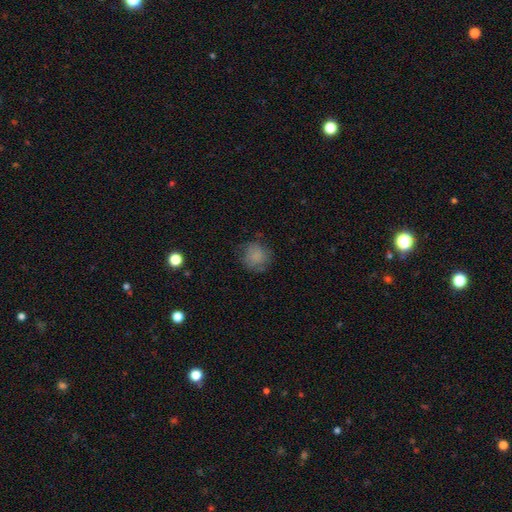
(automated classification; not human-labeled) Smooth or featured: smooth — 80% (featured or disk — 10%)
How rounded: round — 88% (in between — 11%)
Merging: none — 71% (minor disturbance — 20%)